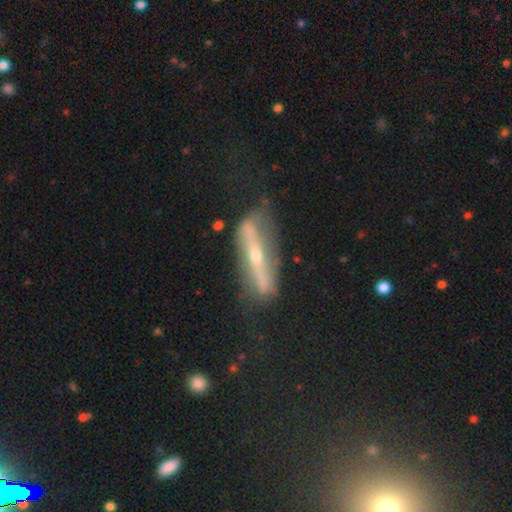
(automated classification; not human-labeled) A featured or disk galaxy (79%).

Vote fractions:
- Smooth or featured? featured or disk: 79% / smooth: 15% / star or artifact: 6%
- Edge-on disk? no: 51% / yes: 49%
- Merging? none: 58% / minor disturbance: 22% / major disturbance: 17% / merger: 3%